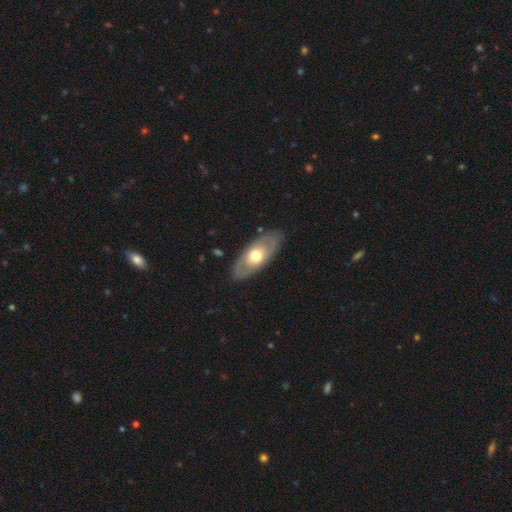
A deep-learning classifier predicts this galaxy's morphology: type=featured or disk (51%); edge-on=no (79%); merging=none (84%).